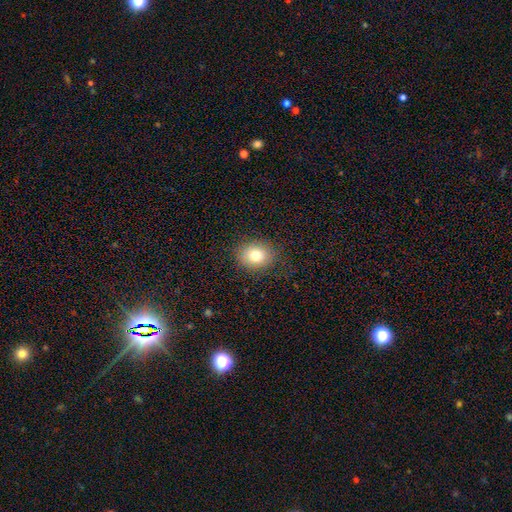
Smooth or featured? smooth (77%)
How rounded? in between (53%)
Merging? none (91%)